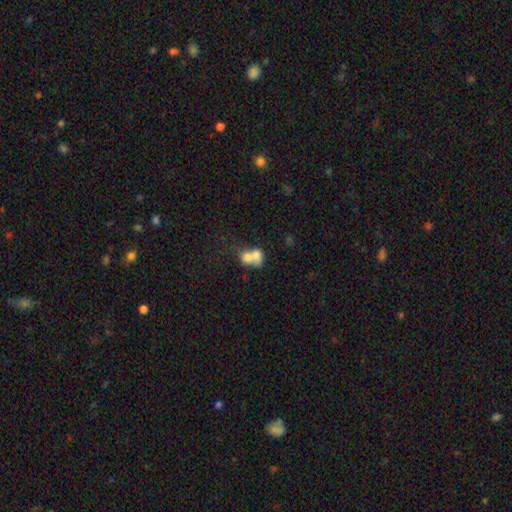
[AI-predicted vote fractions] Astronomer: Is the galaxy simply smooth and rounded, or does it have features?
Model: smooth — 69%.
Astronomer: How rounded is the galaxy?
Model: round — 53% (runner-up: in between, 46%).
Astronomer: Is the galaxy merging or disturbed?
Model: merger — 73%.